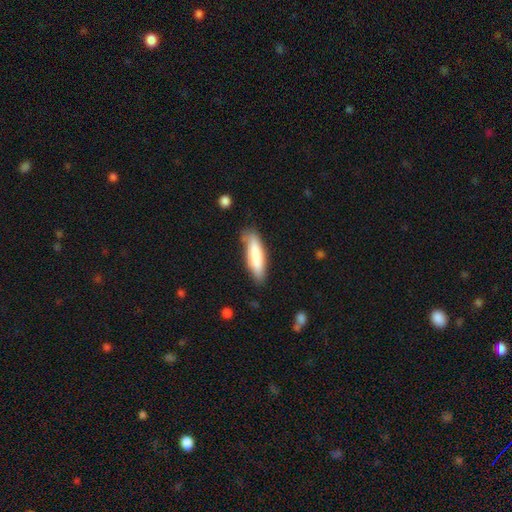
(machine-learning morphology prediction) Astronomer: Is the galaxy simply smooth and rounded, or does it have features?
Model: smooth — 78%.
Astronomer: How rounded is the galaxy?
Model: cigar-shaped — 68%.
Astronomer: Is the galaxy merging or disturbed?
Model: none — 76%.